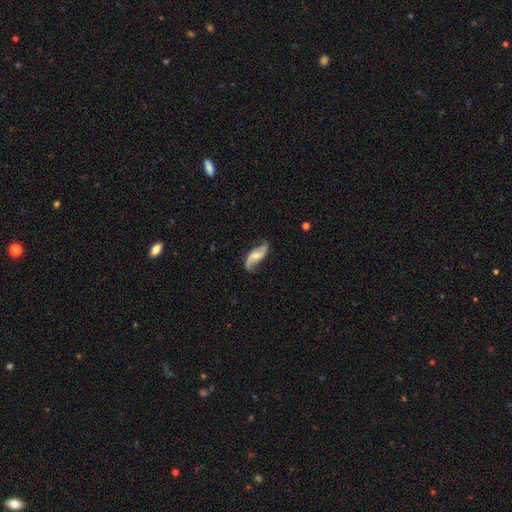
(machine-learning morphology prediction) smooth_or_featured: featured or disk (p=0.83) [alt: smooth p=0.12]
disk_edge_on: no (p=0.95) [alt: yes p=0.05]
bar: no (p=0.48) [alt: weak p=0.38]
has_spiral_arms: yes (p=0.96) [alt: no p=0.04]
spiral_winding: loose (p=0.77) [alt: medium p=0.18]
spiral_arm_count: 2 (p=0.93) [alt: can't tell p=0.02]
bulge_size: moderate (p=0.47) [alt: small p=0.45]
merging: none (p=0.77) [alt: minor disturbance p=0.16]